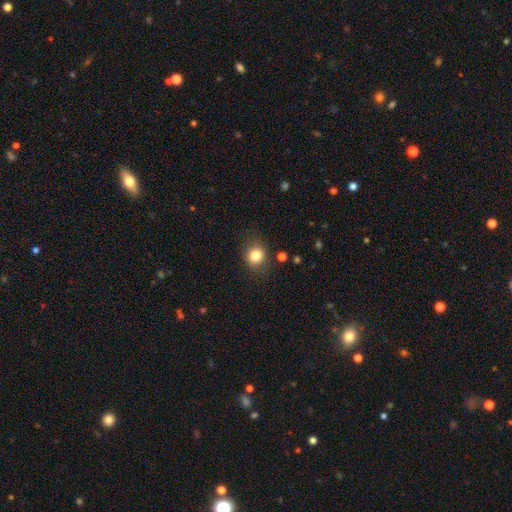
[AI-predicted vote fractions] smooth_or_featured: smooth (p=0.81) [alt: star or artifact p=0.11]
how_rounded: round (p=0.74) [alt: in between p=0.25]
merging: none (p=0.80) [alt: minor disturbance p=0.13]